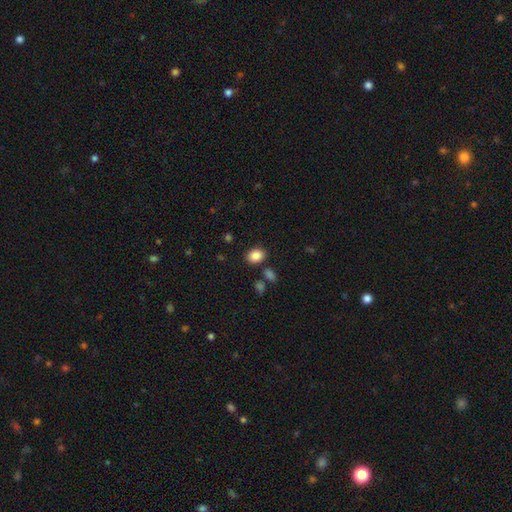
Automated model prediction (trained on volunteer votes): smooth-or-featured: smooth: 86% | star or artifact: 10% | featured or disk: 5%
  how-rounded: in between: 55% | round: 44% | cigar-shaped: 1%
  merging: none: 82% | minor disturbance: 9% | merger: 5% | major disturbance: 3%